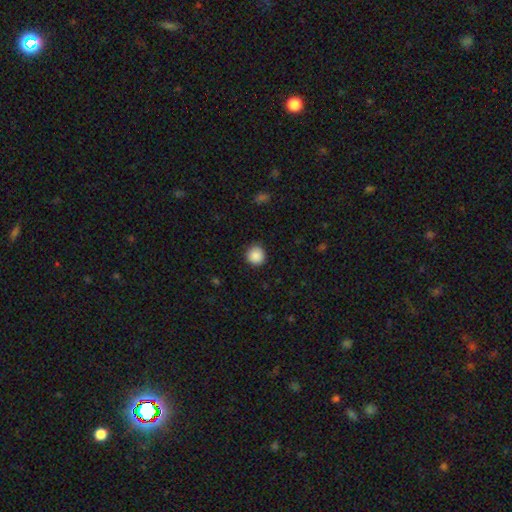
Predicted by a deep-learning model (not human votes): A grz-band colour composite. It shows a smooth galaxy with no disk features (89%) that is round (93%). Merging: none (90%).